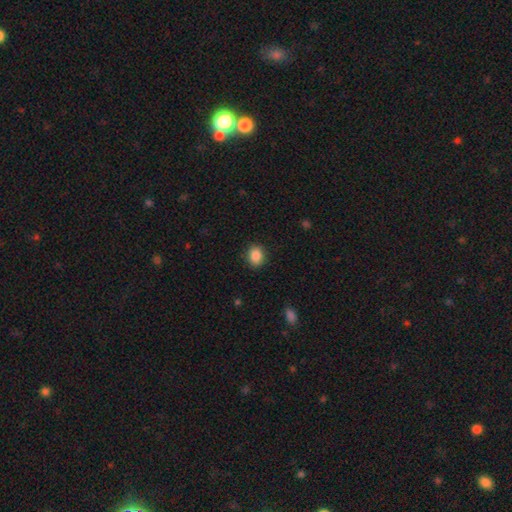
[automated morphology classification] smooth_or_featured: smooth (p=0.87) [alt: star or artifact p=0.09]
how_rounded: round (p=0.54) [alt: in between p=0.45]
merging: none (p=0.89) [alt: minor disturbance p=0.08]